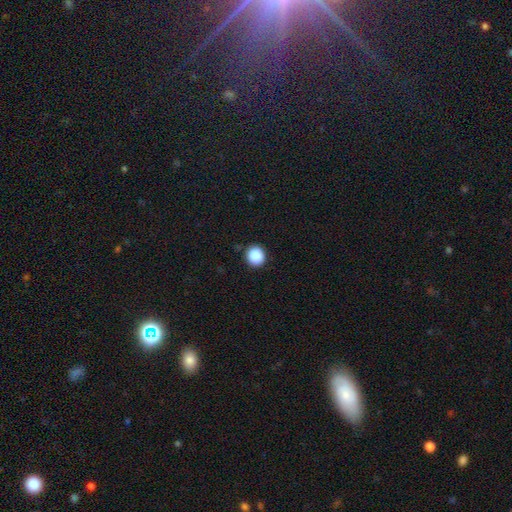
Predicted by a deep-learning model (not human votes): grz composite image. It shows a smooth galaxy with no disk features (88%) that is round (88%). Merging: none (90%).